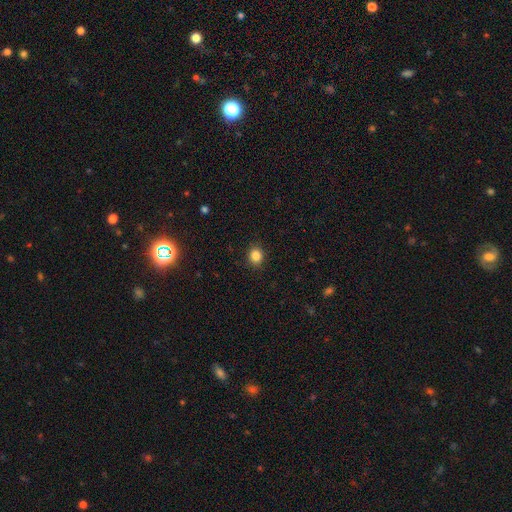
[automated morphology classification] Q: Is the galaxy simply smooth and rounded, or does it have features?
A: smooth — 85%.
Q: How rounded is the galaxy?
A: round — 72%.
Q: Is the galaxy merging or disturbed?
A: none — 89%.